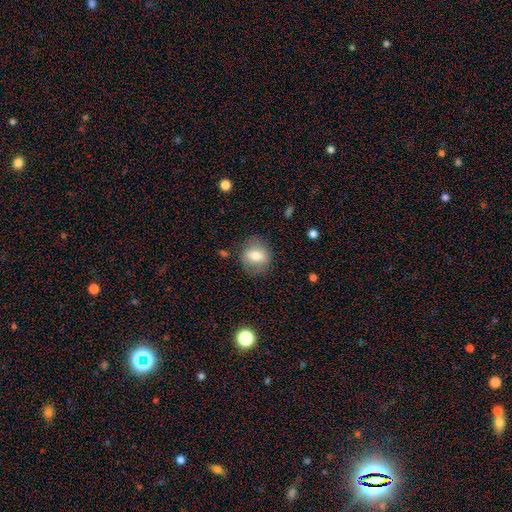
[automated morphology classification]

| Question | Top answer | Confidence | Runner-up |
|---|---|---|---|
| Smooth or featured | smooth | 71% | featured or disk (20%) |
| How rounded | round | 66% | in between (32%) |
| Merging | none | 81% | minor disturbance (13%) |